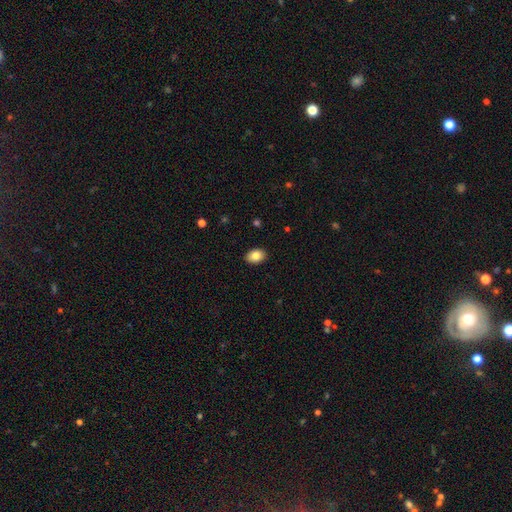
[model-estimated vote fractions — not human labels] This appears to be a smooth galaxy with no disk features (84%) that is in between round and cigar-shaped (82%). Merging: none (90%).